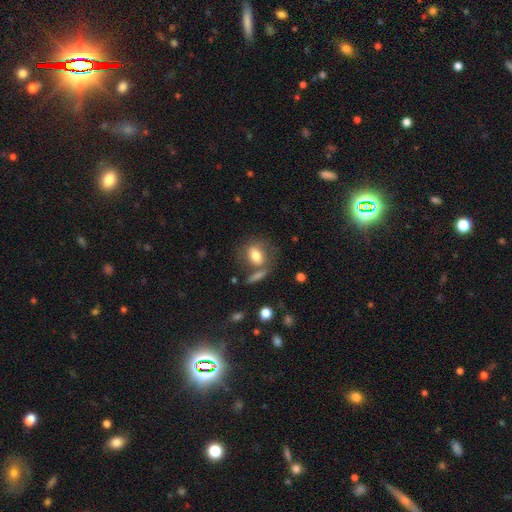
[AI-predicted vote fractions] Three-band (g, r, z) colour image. It shows a smooth galaxy with no disk features (73%) that is in between round and cigar-shaped (66%). Merging: none (54%).